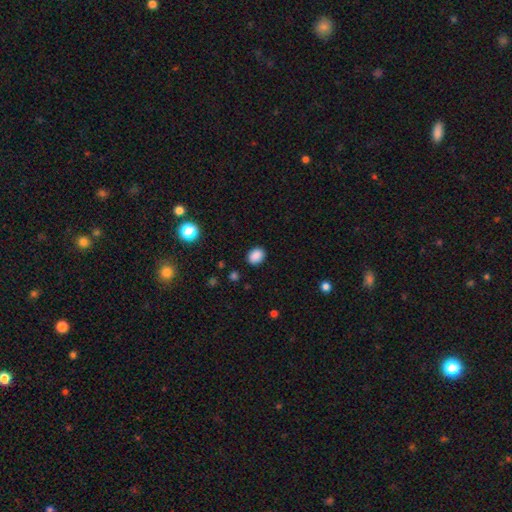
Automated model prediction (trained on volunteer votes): Smooth or featured? Predicted: smooth (p=0.88). How rounded? Predicted: in between (p=0.55). Merging? Predicted: none (p=0.88).